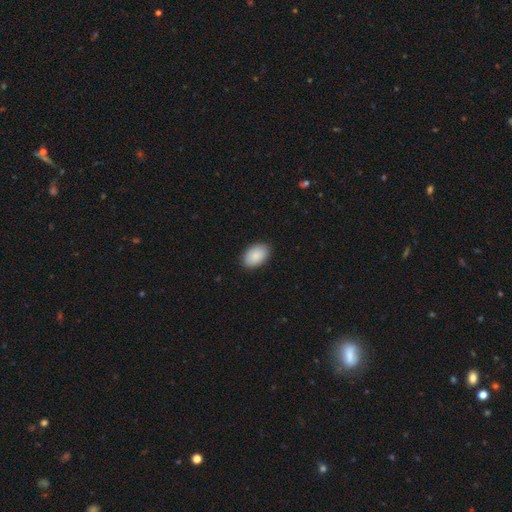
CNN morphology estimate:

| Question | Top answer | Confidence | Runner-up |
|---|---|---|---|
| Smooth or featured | smooth | 89% | star or artifact (6%) |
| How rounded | in between | 91% | round (8%) |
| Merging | none | 89% | minor disturbance (8%) |